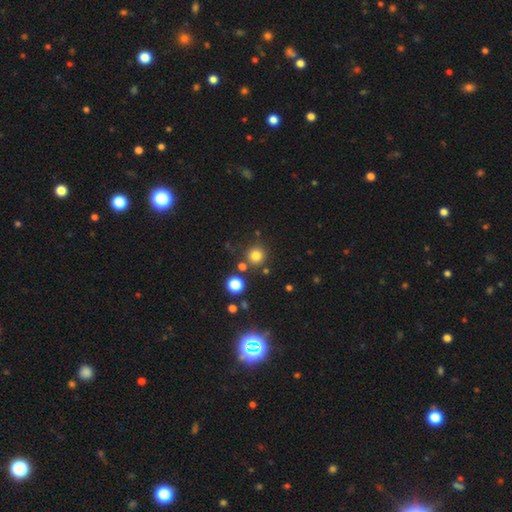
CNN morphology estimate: Q: Smooth or featured?
A: smooth (79%); runner-up: star or artifact (16%)
Q: How rounded?
A: round (94%); runner-up: in between (5%)
Q: Merging?
A: none (82%); runner-up: minor disturbance (8%)